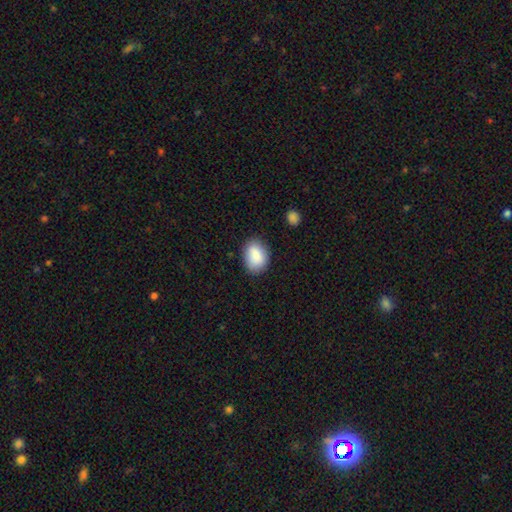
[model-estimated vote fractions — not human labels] Smooth or featured? Predicted: smooth (p=0.87). How rounded? Predicted: in between (p=0.82). Merging? Predicted: none (p=0.81).